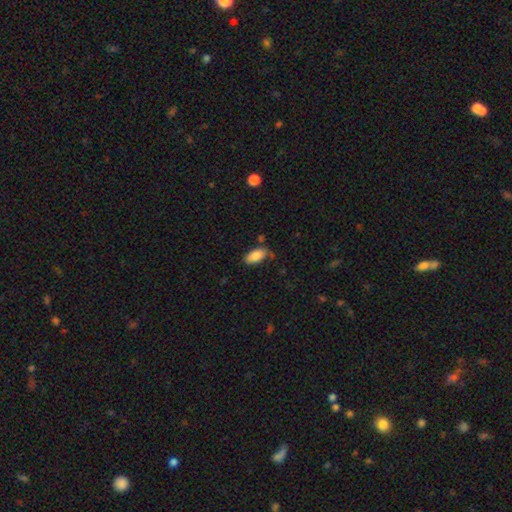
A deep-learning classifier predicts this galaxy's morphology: A smooth galaxy with no disk features (83%) that is in between round and cigar-shaped (92%). Merging: none (69%).